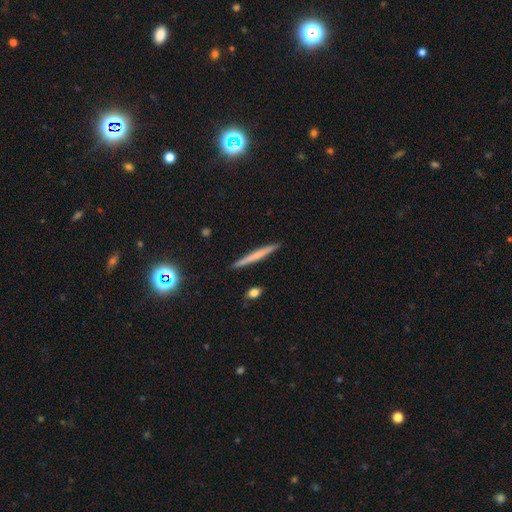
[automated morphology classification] smooth 55%, featured or disk 37%, star or artifact 8%. Down the decision tree: how rounded — cigar-shaped (96%); merging — none (91%).